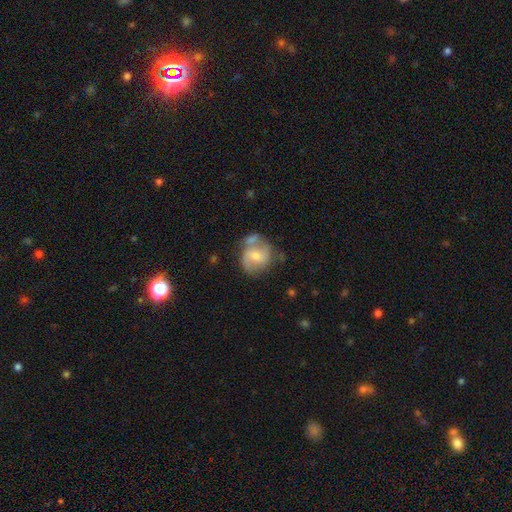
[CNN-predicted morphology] Smooth or featured? featured or disk (59%)
Edge-on disk? no (97%)
Bar? no (49%)
Spiral arms? yes (83%)
Bulge size? moderate (51%)
Merging? none (50%)